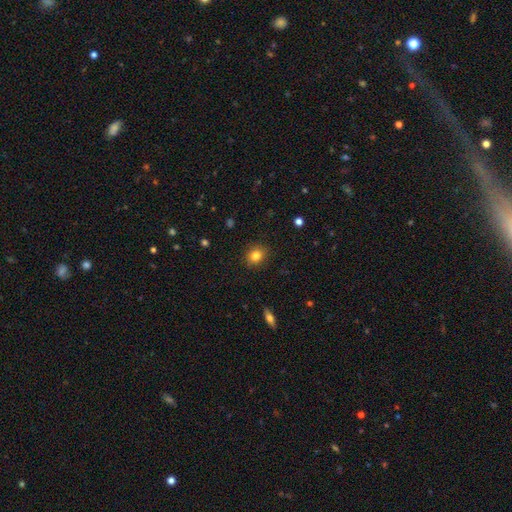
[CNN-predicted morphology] Q: Smooth or featured?
A: smooth (82%); runner-up: star or artifact (11%)
Q: How rounded?
A: round (70%); runner-up: in between (29%)
Q: Merging?
A: none (88%); runner-up: minor disturbance (9%)